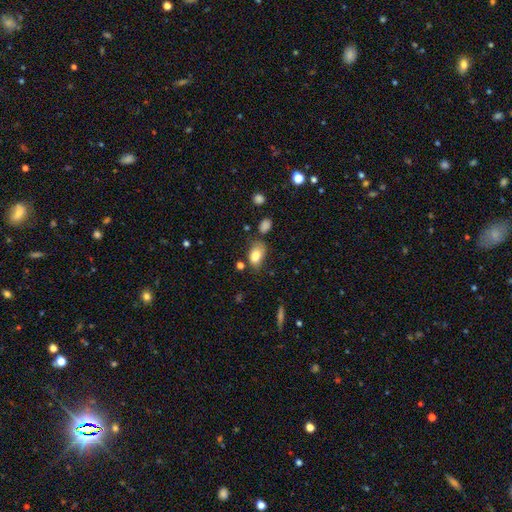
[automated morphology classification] A smooth galaxy with no disk features (81%) that is in between round and cigar-shaped (88%).

Vote fractions:
- Smooth or featured? smooth: 81% / featured or disk: 11% / star or artifact: 9%
- How rounded? in between: 88% / round: 10% / cigar-shaped: 2%
- Merging? none: 50% / minor disturbance: 29% / major disturbance: 11% / merger: 10%